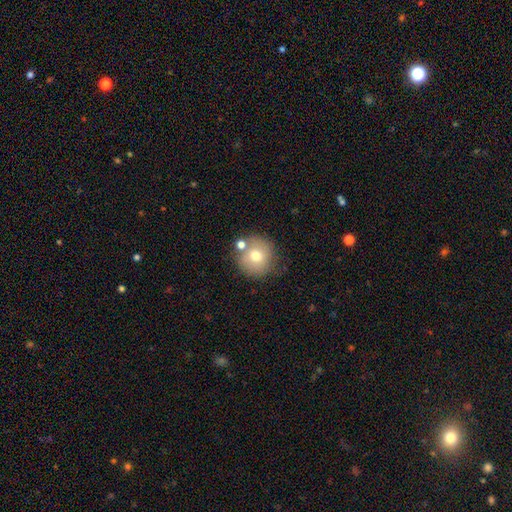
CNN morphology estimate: Smooth or featured? smooth (70%)
How rounded? round (93%)
Merging? none (69%)